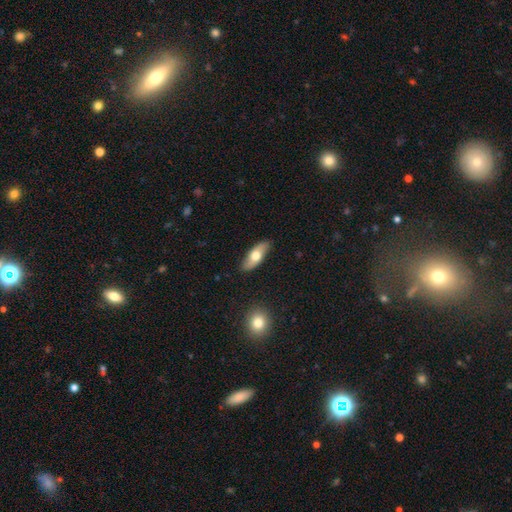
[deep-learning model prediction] A smooth galaxy with no disk features (62%) that is in between round and cigar-shaped (71%). Merging: none (85%).